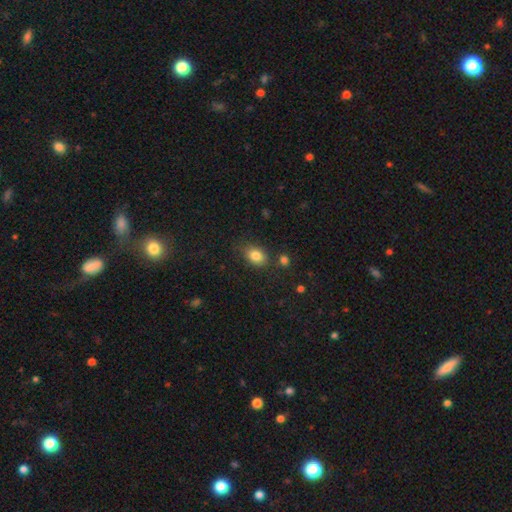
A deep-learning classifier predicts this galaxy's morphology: Smooth or featured? Predicted: smooth (p=0.83). How rounded? Predicted: in between (p=0.69). Merging? Predicted: none (p=0.73).